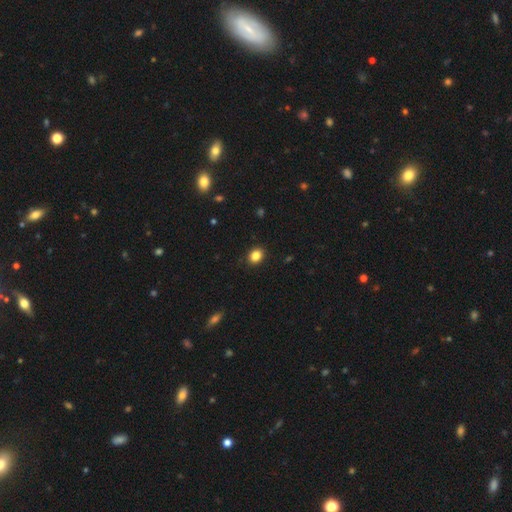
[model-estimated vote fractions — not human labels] Smooth or featured: smooth — 85% (star or artifact — 10%)
How rounded: round — 50% (in between — 49%)
Merging: none — 90% (minor disturbance — 7%)